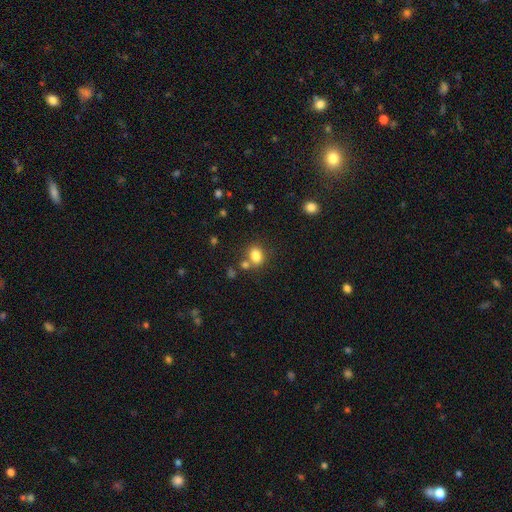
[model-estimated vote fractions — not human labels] Q: Smooth or featured?
A: smooth (82%); runner-up: star or artifact (11%)
Q: How rounded?
A: in between (62%); runner-up: round (36%)
Q: Merging?
A: none (64%); runner-up: merger (19%)